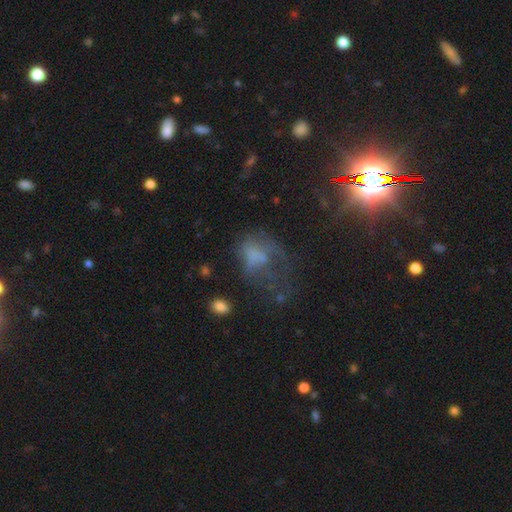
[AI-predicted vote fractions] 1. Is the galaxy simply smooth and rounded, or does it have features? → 46% smooth, 33% featured or disk, 21% star or artifact.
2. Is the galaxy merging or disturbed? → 49% major disturbance, 25% none, 18% minor disturbance, 7% merger.